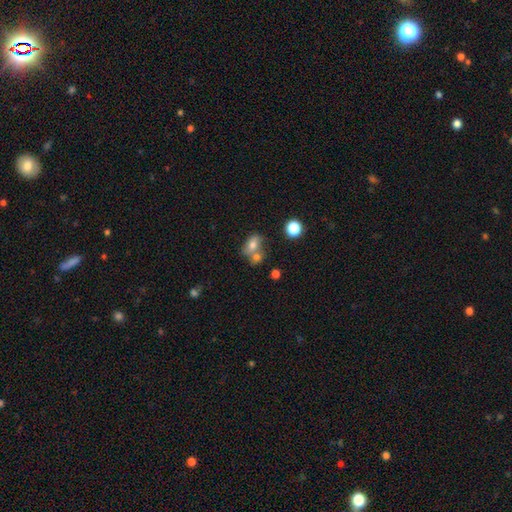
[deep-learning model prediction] Overall: smooth (62%). How rounded: in between (62%; round 35%). Merging: merger (45%; none 39%).